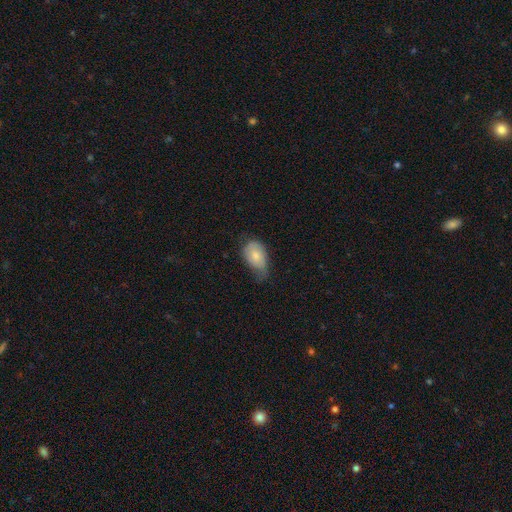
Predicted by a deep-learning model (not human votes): This is likely a smooth galaxy (75%). How rounded: clearly in between (86%). Merging: possibly minor disturbance (48%).